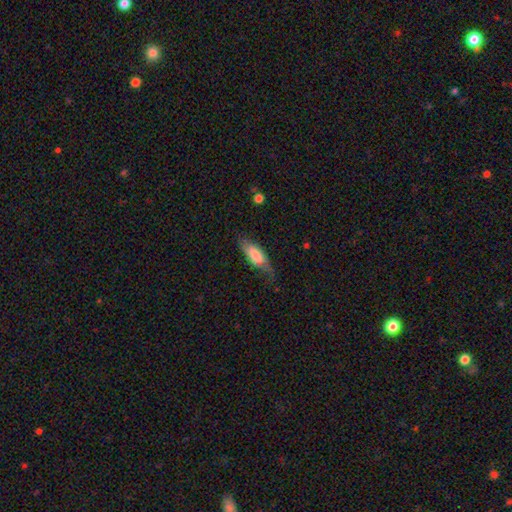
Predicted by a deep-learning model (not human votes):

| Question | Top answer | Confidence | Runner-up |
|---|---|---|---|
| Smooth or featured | smooth | 66% | featured or disk (28%) |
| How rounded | in between | 71% | cigar-shaped (26%) |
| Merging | none | 53% | minor disturbance (31%) |